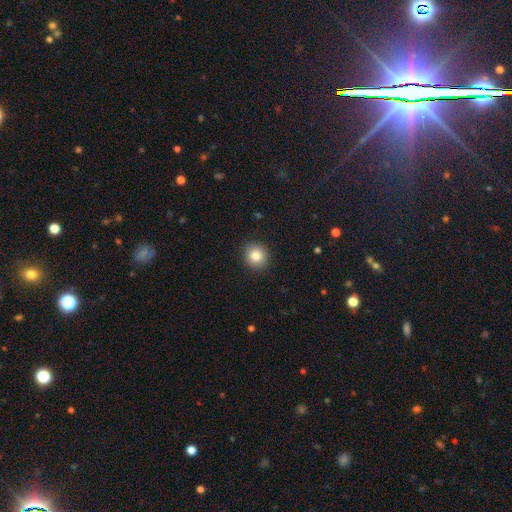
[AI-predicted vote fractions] Smooth or featured? Predicted: smooth (p=0.83). How rounded? Predicted: round (p=0.86). Merging? Predicted: none (p=0.91).